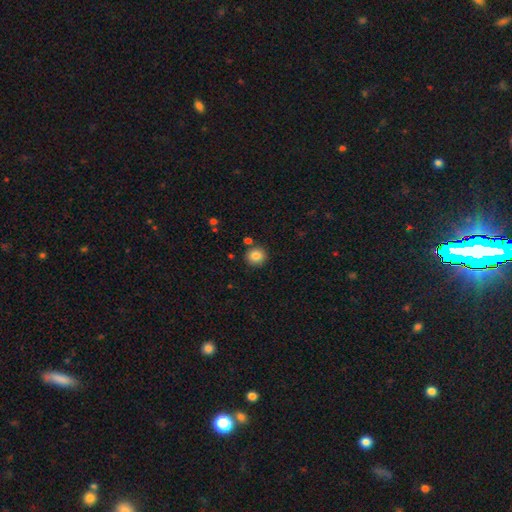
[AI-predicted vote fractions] Smooth or featured: smooth — 85% (star or artifact — 10%)
How rounded: round — 87% (in between — 12%)
Merging: none — 85% (minor disturbance — 7%)